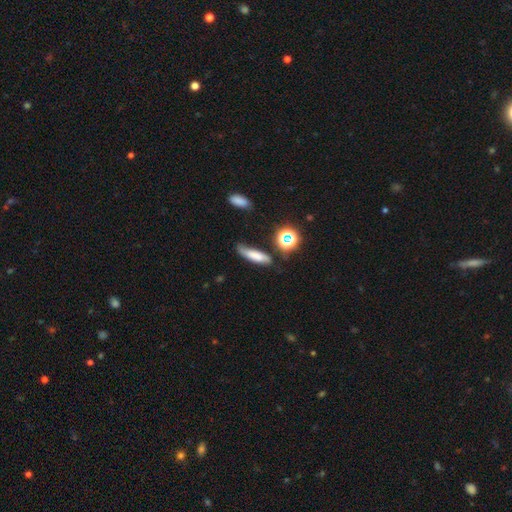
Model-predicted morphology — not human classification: Smooth or featured?
  - smooth: 66% *
  - featured or disk: 21%
  - star or artifact: 13%
How rounded?
  - cigar-shaped: 59% *
  - in between: 35%
  - round: 6%
Merging?
  - none: 58% *
  - minor disturbance: 27%
  - major disturbance: 10%
  - merger: 6%